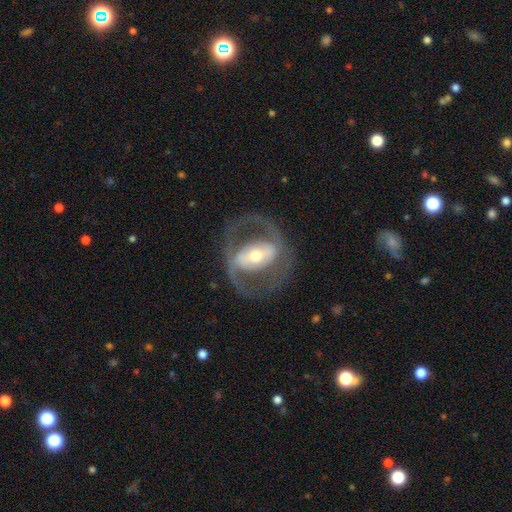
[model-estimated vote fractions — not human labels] A featured or disk galaxy (81%) with a strong bar (48%), spiral arms (66%) and a moderate central bulge (54%). Merging: none (72%).